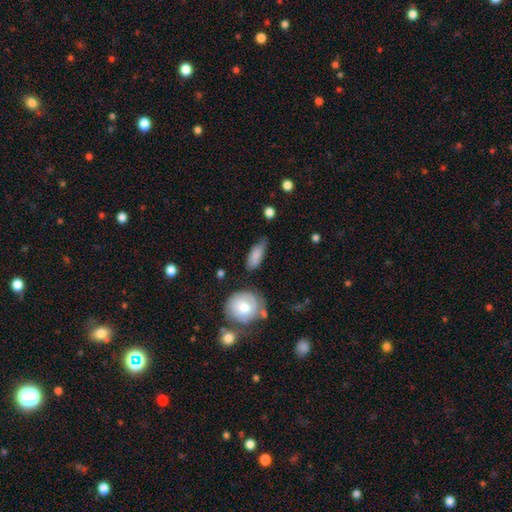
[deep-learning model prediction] Smooth or featured? Predicted: smooth (p=0.81). How rounded? Predicted: in between (p=0.75). Merging? Predicted: none (p=0.58).